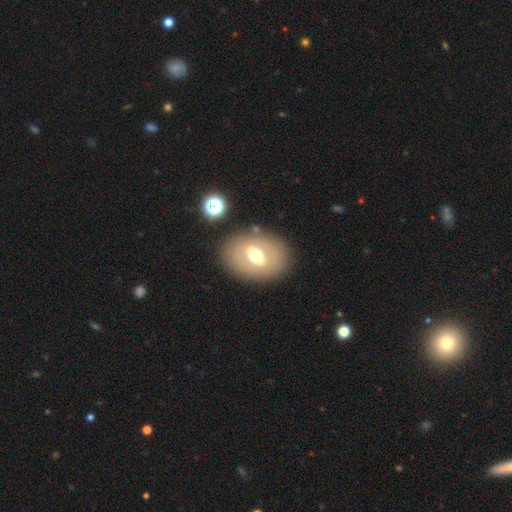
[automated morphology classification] smooth 48%, featured or disk 42%, star or artifact 9%. Down the decision tree: merging — none (81%).